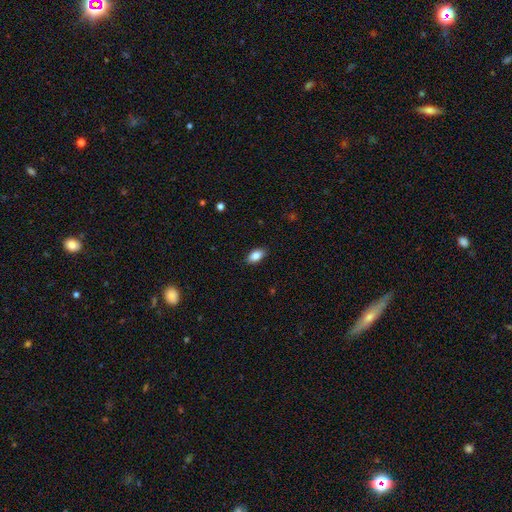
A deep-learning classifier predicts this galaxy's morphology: A smooth galaxy with no disk features (87%) that is in between round and cigar-shaped (91%).

Vote fractions:
- Smooth or featured? smooth: 87% / star or artifact: 7% / featured or disk: 6%
- How rounded? in between: 91% / round: 5% / cigar-shaped: 3%
- Merging? none: 88% / minor disturbance: 9% / major disturbance: 2% / merger: 1%